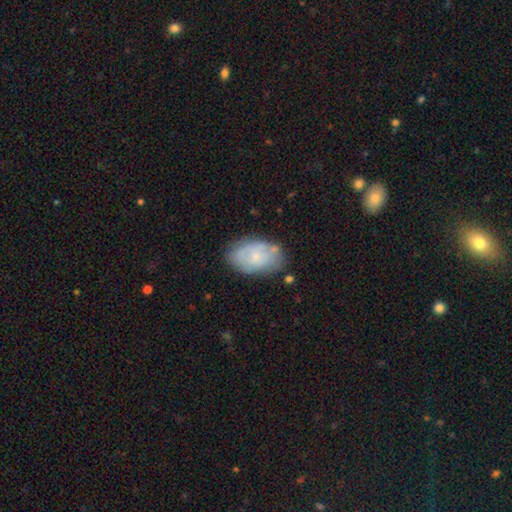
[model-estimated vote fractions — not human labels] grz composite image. It shows a smooth galaxy with no disk features (49%). Merging: none (69%).